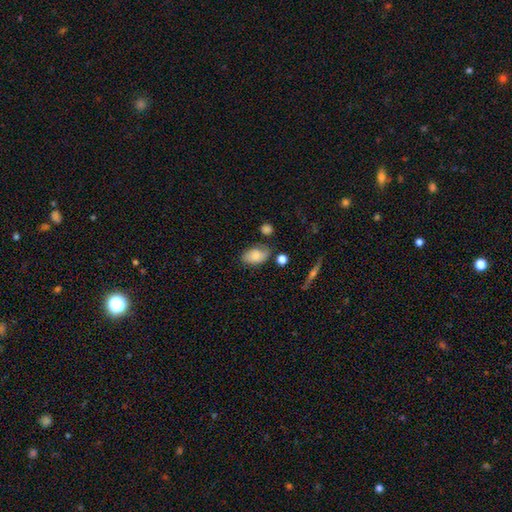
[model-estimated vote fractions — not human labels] smooth_or_featured: smooth (p=0.74) [alt: featured or disk p=0.17]
how_rounded: in between (p=0.90) [alt: round p=0.08]
merging: none (p=0.56) [alt: minor disturbance p=0.28]